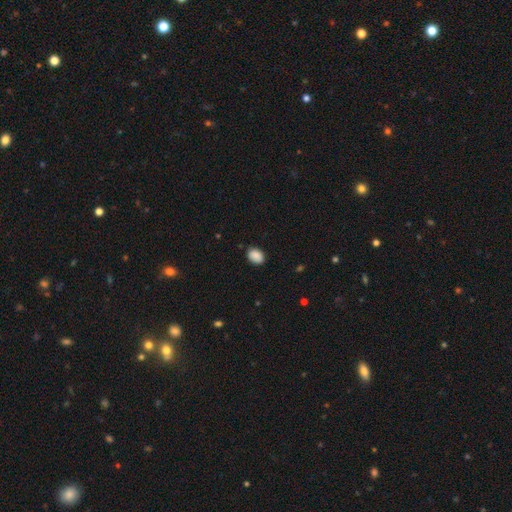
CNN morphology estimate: The model was most divided on "how rounded": in between: 71%, round: 28%, cigar-shaped: 1%. More confident: smooth or featured — smooth (89%); merging — none (86%).